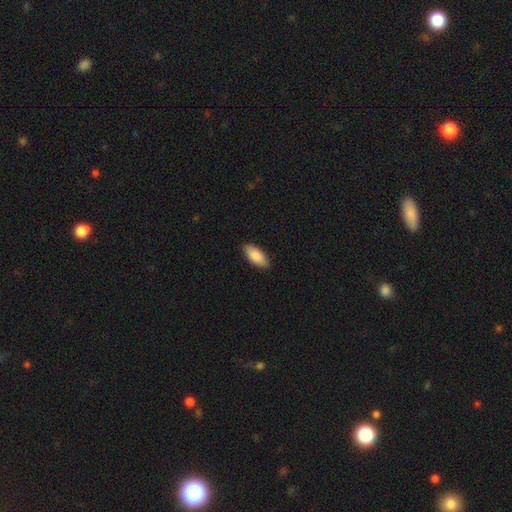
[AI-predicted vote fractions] The model was most divided on "merging": none: 87%, minor disturbance: 10%, major disturbance: 2%, merger: 1%. More confident: how rounded — in between (88%); smooth or featured — smooth (87%).